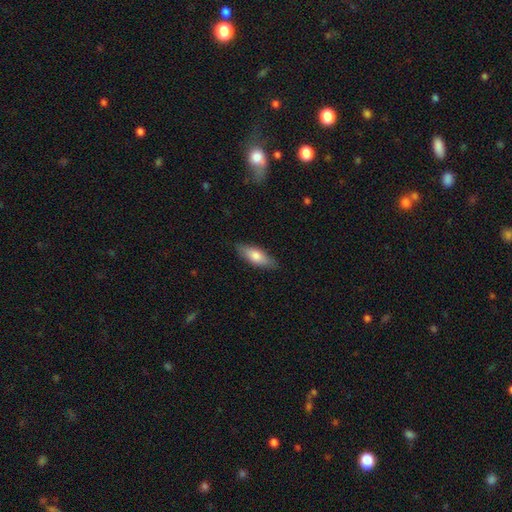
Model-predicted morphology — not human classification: Smooth or featured? smooth (72%)
How rounded? in between (62%)
Merging? none (86%)